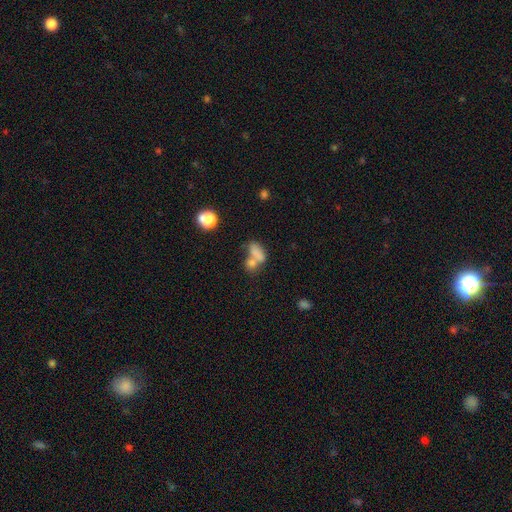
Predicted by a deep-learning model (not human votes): Smooth or featured: smooth — 74% (featured or disk — 14%)
How rounded: in between — 79% (round — 14%)
Merging: merger — 56% (none — 26%)